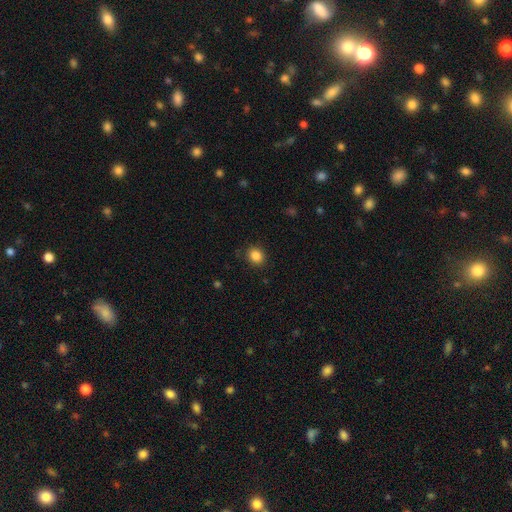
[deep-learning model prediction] Smooth or featured? Predicted: smooth (p=0.86). How rounded? Predicted: round (p=0.77). Merging? Predicted: none (p=0.89).